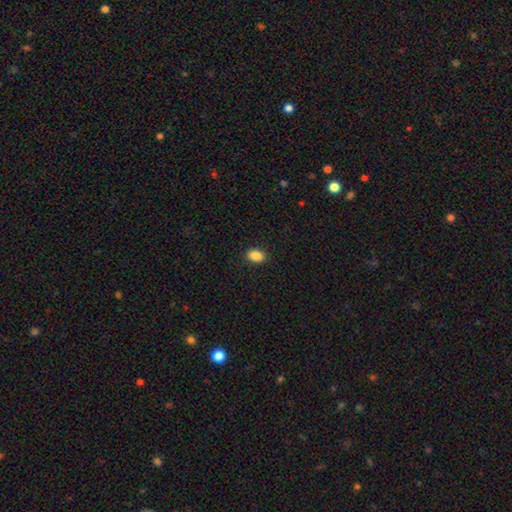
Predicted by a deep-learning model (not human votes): Morphology: type=smooth (88%); roundness=in between (83%); merging=none (90%).